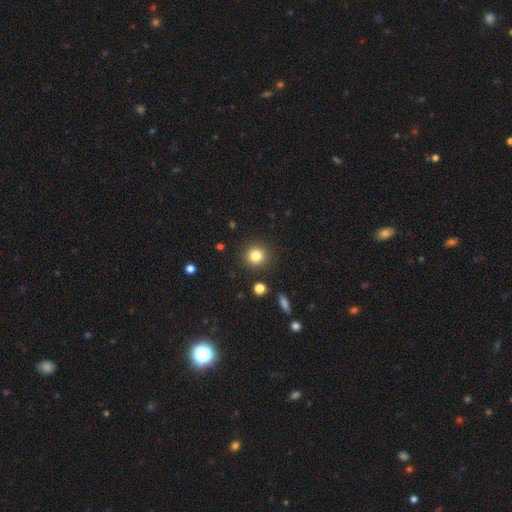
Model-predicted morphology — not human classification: Overall: smooth (82%). How rounded: round (92%). Merging: none (89%).